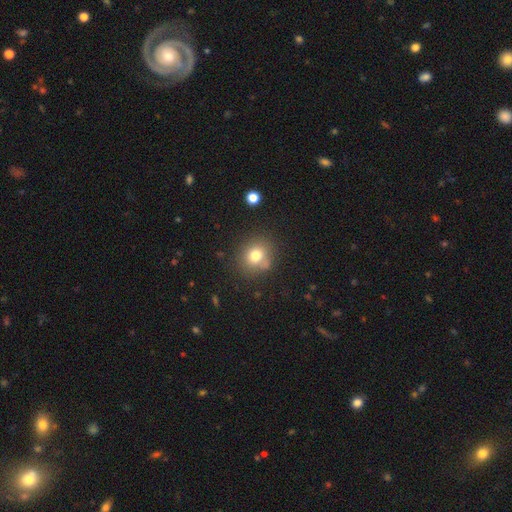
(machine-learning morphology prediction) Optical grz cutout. It shows a smooth galaxy with no disk features (75%) that is round (78%). Merging: none (74%).